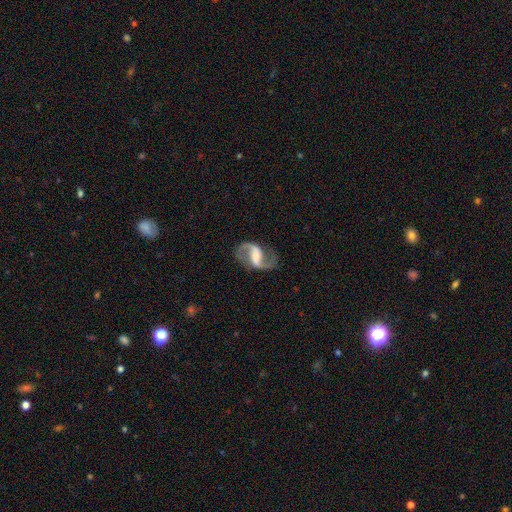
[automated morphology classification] The model was most divided on "bulge size": small: 31%, moderate: 30%, none: 23%, large: 13%, dominant: 2%. Remaining: edge-on disk — no (98%); spiral arms — yes (97%); spiral arm count — 2 (94%); smooth or featured — featured or disk (90%); merging — none (80%); spiral winding — loose (50%); bar — strong (44%).